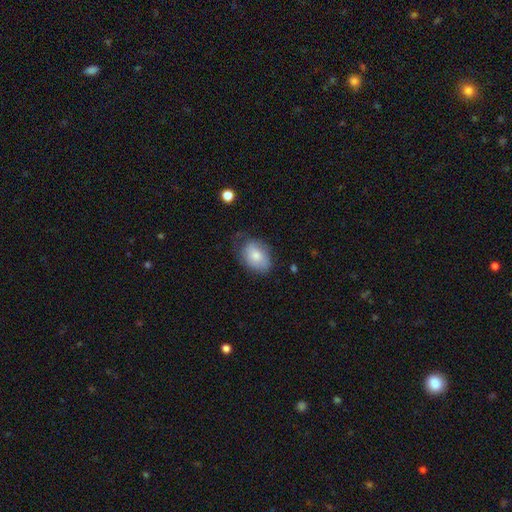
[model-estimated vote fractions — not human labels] Overall: smooth (77%). How rounded: in between (81%). Merging: none (61%; minor disturbance 28%).